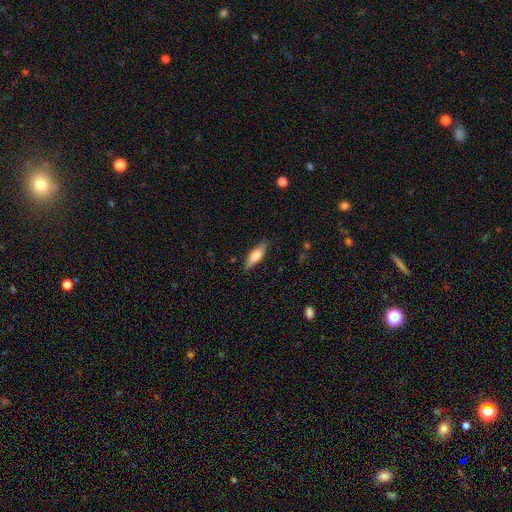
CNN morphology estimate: A smooth galaxy with no disk features (59%) that is cigar-shaped (56%).

Vote fractions:
- Smooth or featured? smooth: 59% / featured or disk: 35% / star or artifact: 6%
- How rounded? cigar-shaped: 56% / in between: 42% / round: 2%
- Merging? none: 87% / minor disturbance: 10% / major disturbance: 2% / merger: 1%